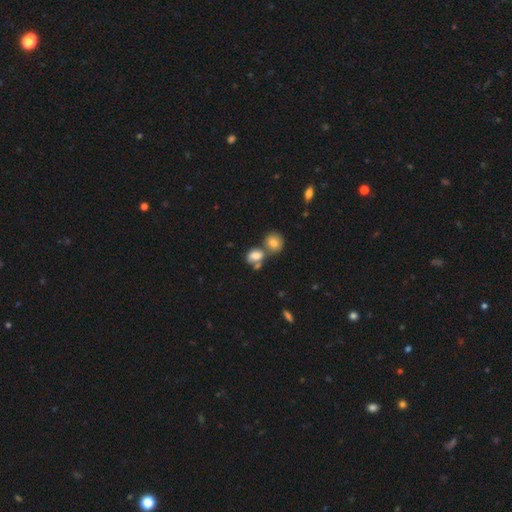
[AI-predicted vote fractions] Smooth or featured?
  - smooth: 78% *
  - featured or disk: 12%
  - star or artifact: 10%
How rounded?
  - in between: 69% *
  - round: 29%
  - cigar-shaped: 2%
Merging?
  - merger: 44% *
  - none: 37%
  - minor disturbance: 13%
  - major disturbance: 6%